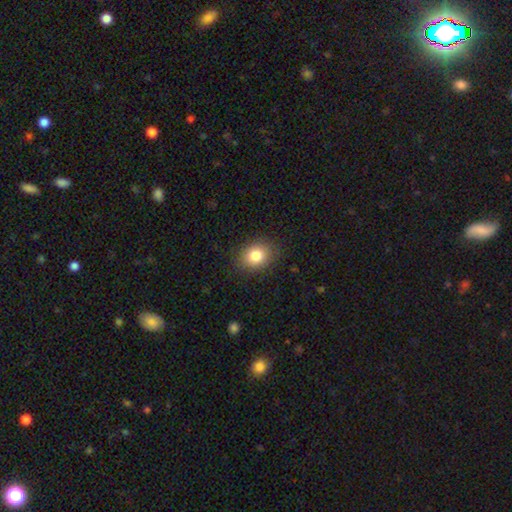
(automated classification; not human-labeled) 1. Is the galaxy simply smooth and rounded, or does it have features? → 82% smooth, 10% star or artifact, 8% featured or disk.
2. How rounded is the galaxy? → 50% round, 49% in between, 1% cigar-shaped.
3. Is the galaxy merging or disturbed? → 87% none, 10% minor disturbance, 3% major disturbance, 1% merger.